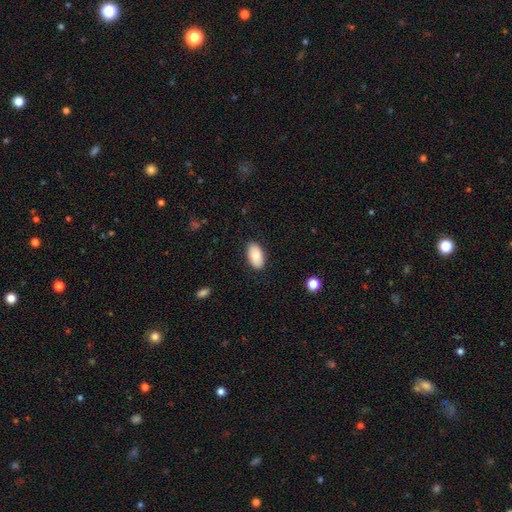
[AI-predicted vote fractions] Q: Smooth or featured?
A: smooth (85%); runner-up: featured or disk (9%)
Q: How rounded?
A: in between (95%); runner-up: round (3%)
Q: Merging?
A: none (87%); runner-up: minor disturbance (10%)